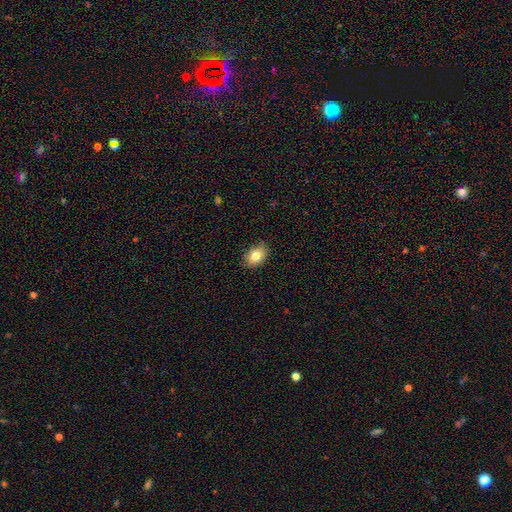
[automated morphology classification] Smooth or featured? smooth (81%)
How rounded? in between (81%)
Merging? none (87%)